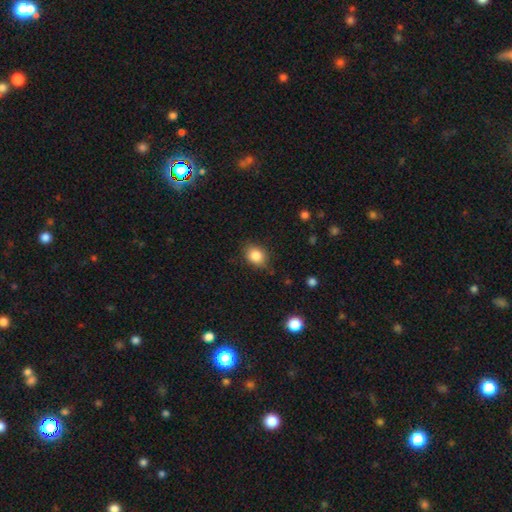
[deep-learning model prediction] Q: Smooth or featured?
A: smooth (85%); runner-up: star or artifact (10%)
Q: How rounded?
A: in between (50%); runner-up: round (49%)
Q: Merging?
A: none (80%); runner-up: minor disturbance (16%)